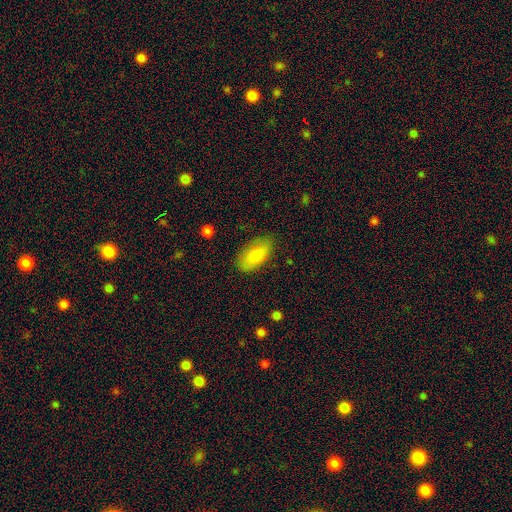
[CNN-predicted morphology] Smooth or featured? Predicted: smooth (p=0.80). How rounded? Predicted: in between (p=0.91). Merging? Predicted: none (p=0.82).